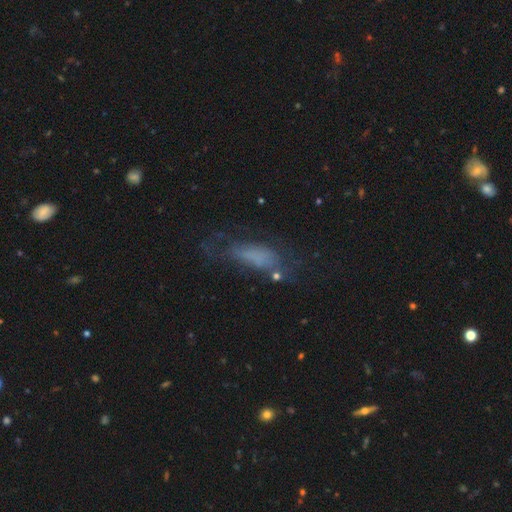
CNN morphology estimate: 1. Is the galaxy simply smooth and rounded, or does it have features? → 54% smooth, 32% featured or disk, 15% star or artifact.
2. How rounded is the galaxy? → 65% in between, 32% cigar-shaped, 4% round.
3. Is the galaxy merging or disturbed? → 42% none, 28% major disturbance, 25% minor disturbance, 5% merger.